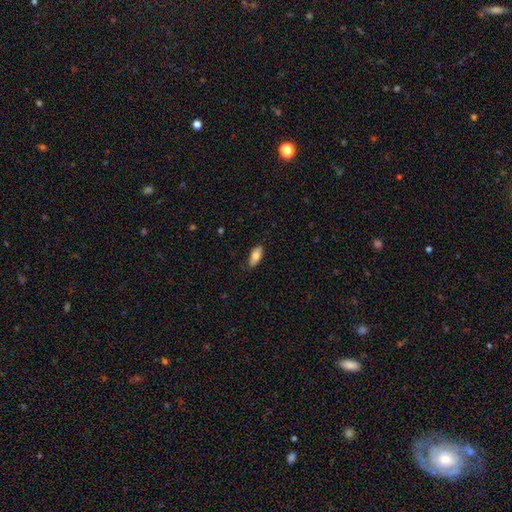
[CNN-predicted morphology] A smooth galaxy with no disk features (75%) that is in between round and cigar-shaped (87%). Merging: none (85%).